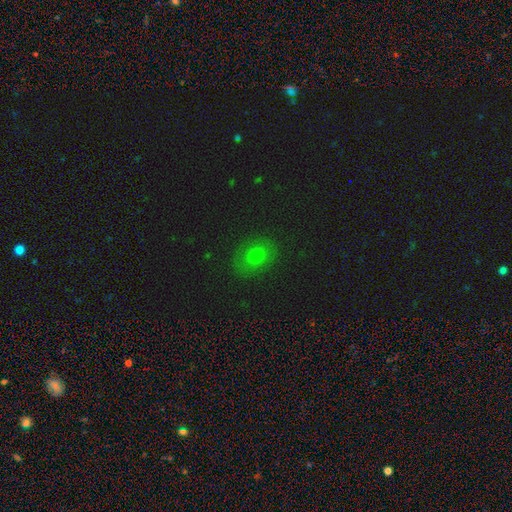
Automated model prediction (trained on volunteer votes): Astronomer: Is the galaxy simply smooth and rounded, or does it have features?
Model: smooth — 68%.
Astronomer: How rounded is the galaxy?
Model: in between — 55% (runner-up: round, 44%).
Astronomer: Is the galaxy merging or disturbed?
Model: none — 81%.